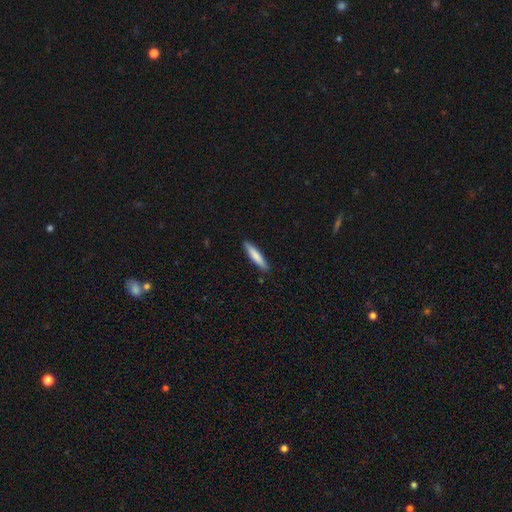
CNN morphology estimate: smooth-or-featured: smooth: 78% | featured or disk: 17% | star or artifact: 5%
  how-rounded: cigar-shaped: 88% | in between: 11% | round: 1%
  merging: none: 89% | minor disturbance: 9% | major disturbance: 2% | merger: 1%